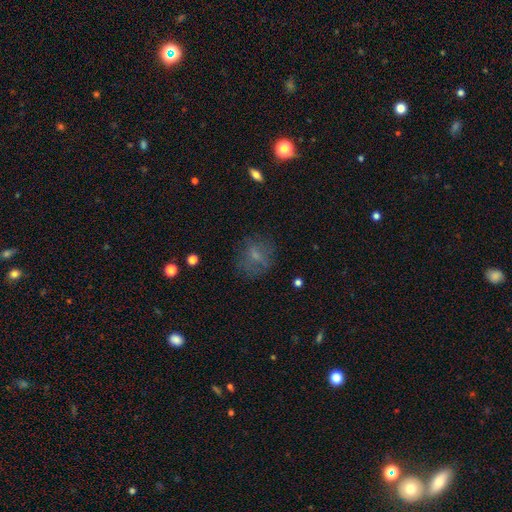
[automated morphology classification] Smooth or featured: smooth — 61% (featured or disk — 25%)
How rounded: round — 68% (in between — 31%)
Merging: none — 65% (minor disturbance — 19%)